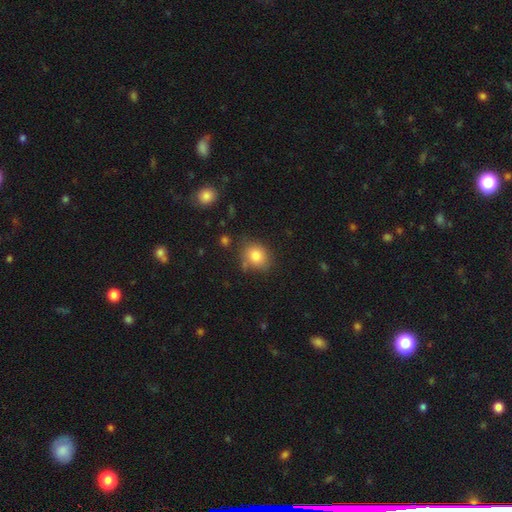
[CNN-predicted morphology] Smooth or featured?
  - smooth: 82% *
  - star or artifact: 10%
  - featured or disk: 8%
How rounded?
  - round: 59% *
  - in between: 40%
  - cigar-shaped: 1%
Merging?
  - none: 73% *
  - minor disturbance: 17%
  - merger: 5%
  - major disturbance: 4%